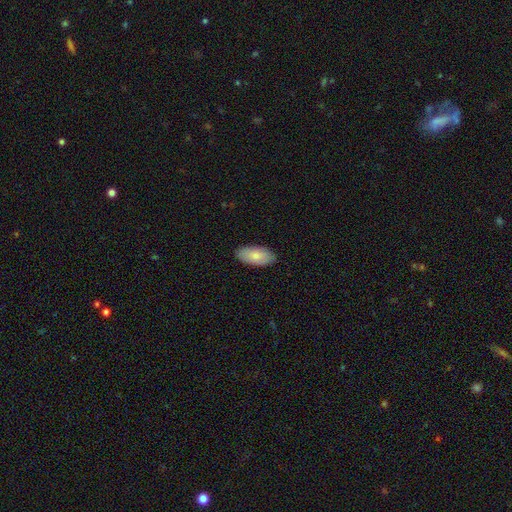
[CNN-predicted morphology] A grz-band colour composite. It shows a smooth galaxy with no disk features (81%) that is in between round and cigar-shaped (93%). Merging: none (87%).